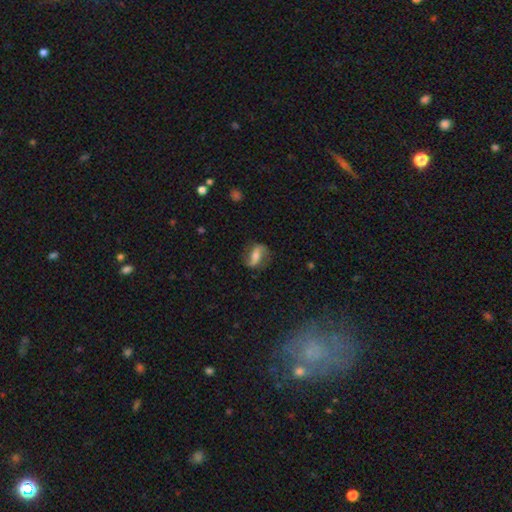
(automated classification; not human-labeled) Smooth or featured?
  - featured or disk: 67% *
  - smooth: 26%
  - star or artifact: 8%
Edge-on disk?
  - no: 92% *
  - yes: 8%
Bar?
  - strong: 42% *
  - weak: 32%
  - no: 26%
Spiral arms?
  - yes: 89% *
  - no: 11%
Spiral winding?
  - loose: 62% *
  - medium: 27%
  - tight: 11%
Spiral arm count?
  - 2: 89% *
  - can't tell: 4%
  - 1: 3%
  - 3: 1%
  - 4: 1%
  - more than 4: 1%
Bulge size?
  - moderate: 47% *
  - small: 34%
  - large: 9%
  - none: 8%
  - dominant: 2%
Merging?
  - none: 75% *
  - minor disturbance: 16%
  - major disturbance: 7%
  - merger: 2%